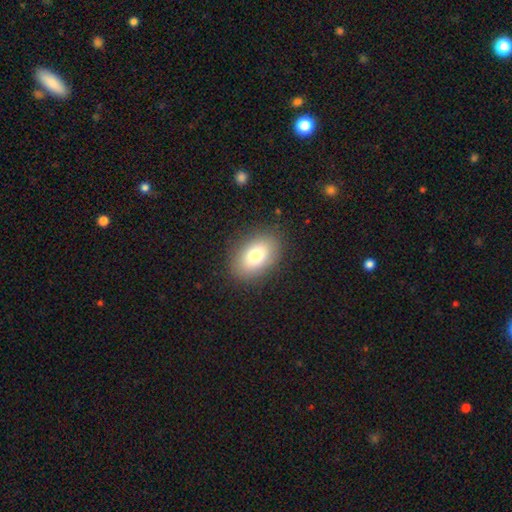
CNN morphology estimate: Smooth or featured?
  - smooth: 78% *
  - featured or disk: 13%
  - star or artifact: 9%
How rounded?
  - in between: 82% *
  - round: 17%
  - cigar-shaped: 1%
Merging?
  - none: 86% *
  - minor disturbance: 9%
  - major disturbance: 3%
  - merger: 1%